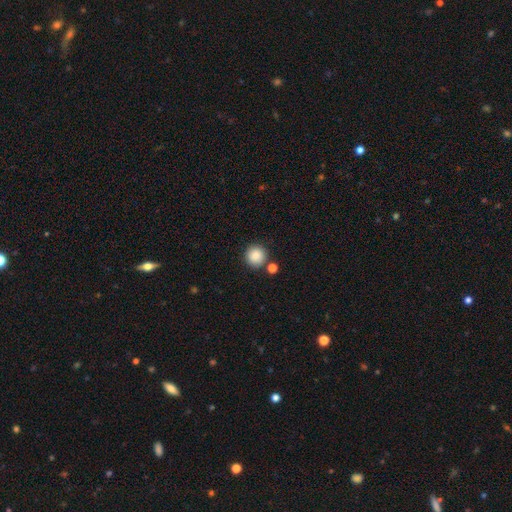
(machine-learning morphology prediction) Q: Smooth or featured?
A: smooth (87%); runner-up: star or artifact (9%)
Q: How rounded?
A: round (94%); runner-up: in between (5%)
Q: Merging?
A: none (82%); runner-up: minor disturbance (8%)